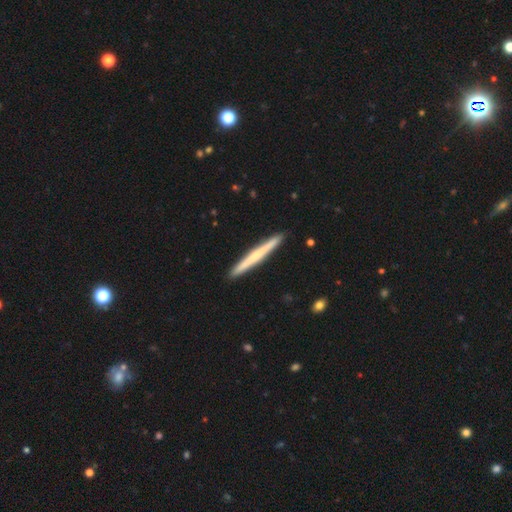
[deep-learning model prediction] smooth-or-featured: featured or disk: 49% | smooth: 46% | star or artifact: 5%
  merging: none: 93% | minor disturbance: 5% | major disturbance: 1% | merger: 1%